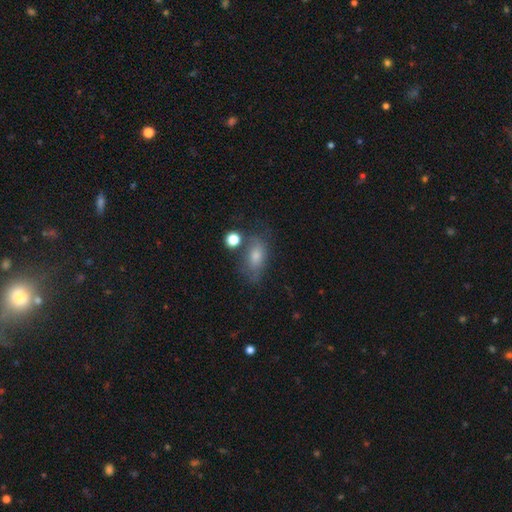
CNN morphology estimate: The model was most divided on "merging": none: 54%, minor disturbance: 23%, major disturbance: 13%, merger: 9%. More confident: how rounded — in between (78%); smooth or featured — smooth (59%).